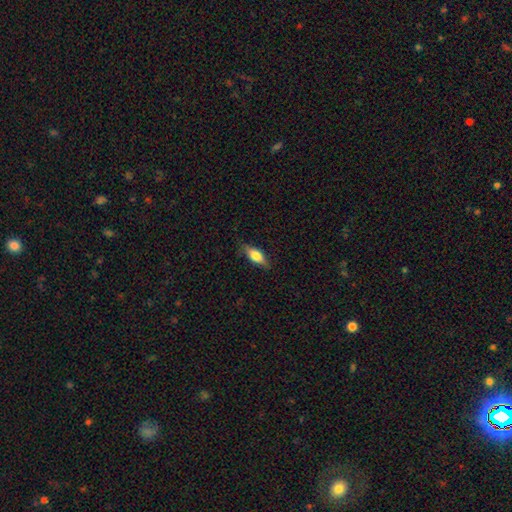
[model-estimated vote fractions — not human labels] smooth_or_featured: smooth (p=0.66) [alt: featured or disk p=0.27]
how_rounded: in between (p=0.73) [alt: cigar-shaped p=0.24]
merging: none (p=0.78) [alt: minor disturbance p=0.17]